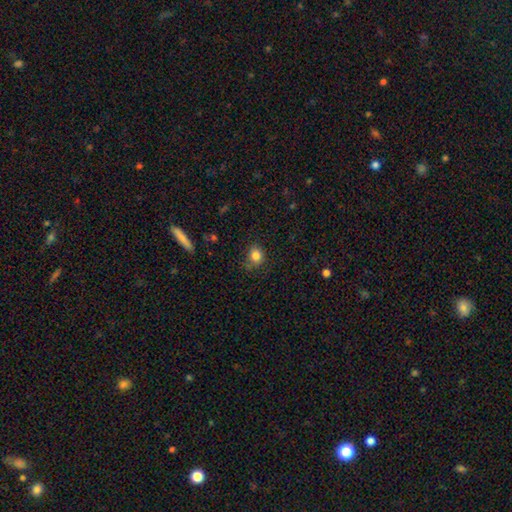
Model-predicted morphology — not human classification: Smooth or featured: smooth — 83% (star or artifact — 11%)
How rounded: round — 67% (in between — 32%)
Merging: none — 74% (minor disturbance — 20%)